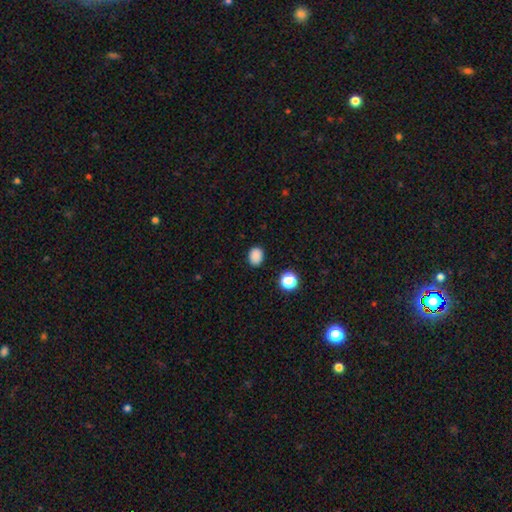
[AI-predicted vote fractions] This is clearly a smooth galaxy (86%). How rounded: possibly in between (54%). Merging: clearly none (87%).